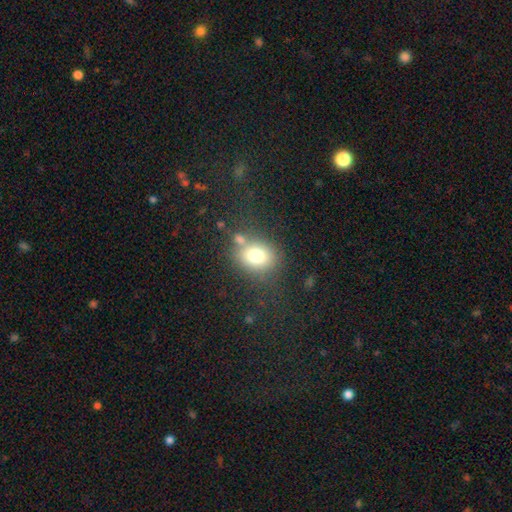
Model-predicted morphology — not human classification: smooth-or-featured: smooth: 77% | featured or disk: 12% | star or artifact: 11%
  how-rounded: round: 53% | in between: 46% | cigar-shaped: 1%
  merging: none: 64% | minor disturbance: 15% | merger: 15% | major disturbance: 7%